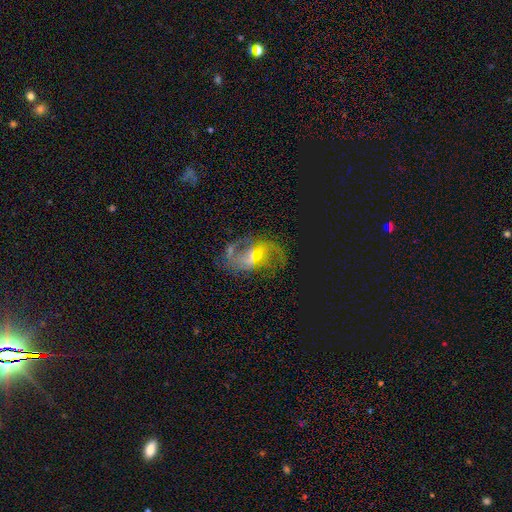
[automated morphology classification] smooth-or-featured: featured or disk: 83% | star or artifact: 9% | smooth: 8%
  disk-edge-on: no: 97% | yes: 3%
    bar: weak: 54% | no: 25% | strong: 21%
    has-spiral-arms: yes: 90% | no: 10%
      spiral-winding: loose: 57% | medium: 35% | tight: 8%
      spiral-arm-count: 2: 86% | can't tell: 6% | 1: 3% | 3: 2% | 4: 1% | more than 4: 1%
    bulge-size: small: 56% | moderate: 29% | none: 11% | large: 3% | dominant: 1%
  merging: none: 57% | major disturbance: 18% | minor disturbance: 17% | merger: 8%